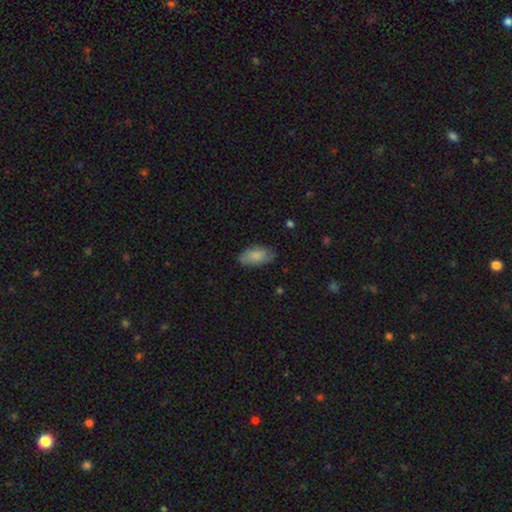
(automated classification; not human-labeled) Overall: smooth (81%). How rounded: in between (93%). Merging: none (78%).